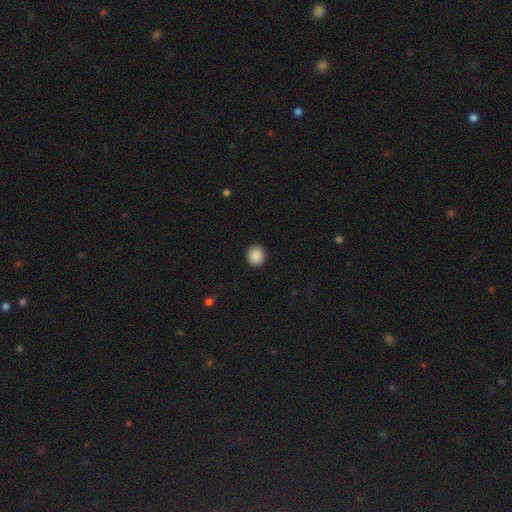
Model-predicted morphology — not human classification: Q: Smooth or featured?
A: smooth (89%); runner-up: star or artifact (8%)
Q: How rounded?
A: round (86%); runner-up: in between (13%)
Q: Merging?
A: none (91%); runner-up: minor disturbance (6%)